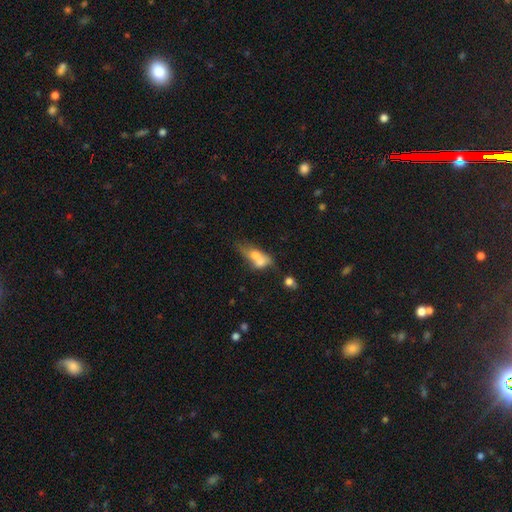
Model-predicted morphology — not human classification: Q: Smooth or featured?
A: smooth (59%); runner-up: featured or disk (30%)
Q: How rounded?
A: in between (68%); runner-up: cigar-shaped (19%)
Q: Merging?
A: merger (54%); runner-up: none (22%)